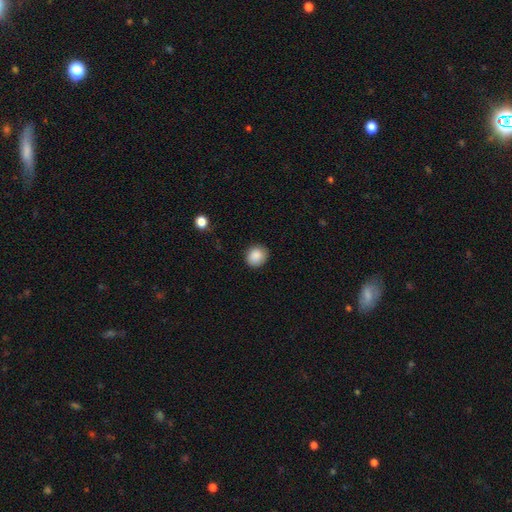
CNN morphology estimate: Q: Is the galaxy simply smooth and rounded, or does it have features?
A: smooth — 88%.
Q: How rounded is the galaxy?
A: round — 78%.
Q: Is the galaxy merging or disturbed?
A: none — 85%.